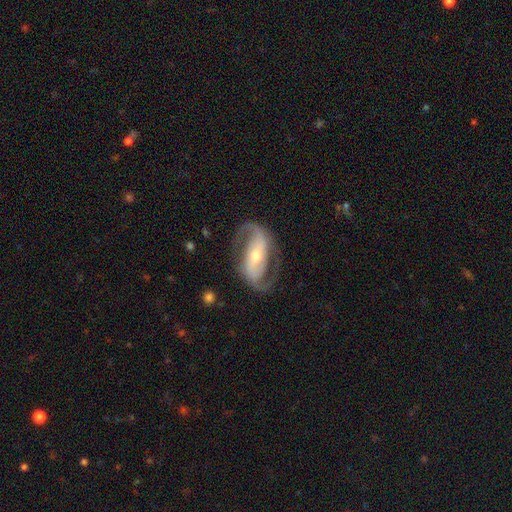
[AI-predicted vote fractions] Smooth or featured?
  - featured or disk: 89% *
  - smooth: 6%
  - star or artifact: 5%
Edge-on disk?
  - no: 96% *
  - yes: 4%
Bar?
  - strong: 46% *
  - weak: 31%
  - no: 23%
Spiral arms?
  - yes: 96% *
  - no: 4%
Spiral winding?
  - medium: 49% *
  - loose: 35%
  - tight: 16%
Spiral arm count?
  - 2: 93% *
  - can't tell: 2%
  - 1: 2%
  - 3: 1%
  - 4: 1%
  - more than 4: 1%
Bulge size?
  - moderate: 47% *
  - small: 46%
  - large: 4%
  - none: 1%
  - dominant: 1%
Merging?
  - none: 79% *
  - minor disturbance: 12%
  - major disturbance: 7%
  - merger: 1%